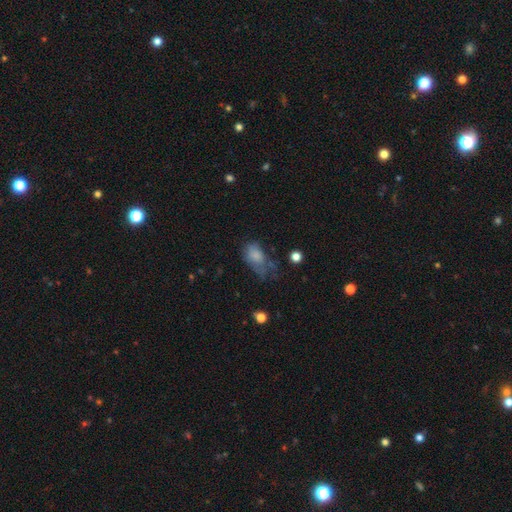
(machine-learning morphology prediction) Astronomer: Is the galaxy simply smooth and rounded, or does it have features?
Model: smooth — 69%.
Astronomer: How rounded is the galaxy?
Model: in between — 86%.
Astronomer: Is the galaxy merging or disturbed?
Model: major disturbance — 41% (runner-up: minor disturbance, 30%).